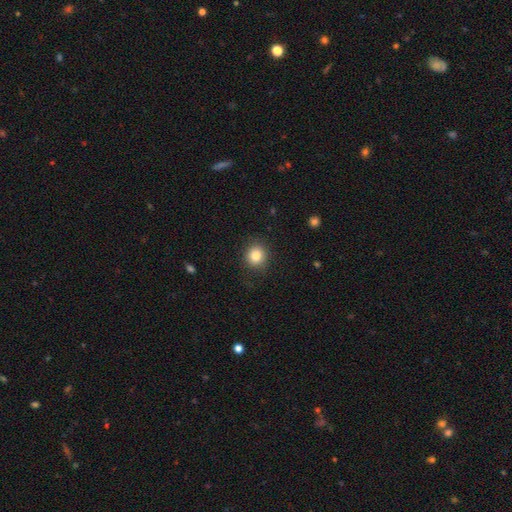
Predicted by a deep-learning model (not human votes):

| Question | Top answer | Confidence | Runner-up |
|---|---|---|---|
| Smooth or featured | smooth | 84% | star or artifact (10%) |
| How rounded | round | 84% | in between (16%) |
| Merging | none | 87% | minor disturbance (9%) |